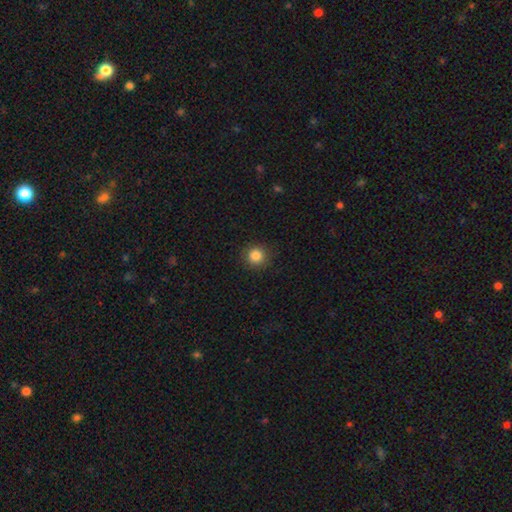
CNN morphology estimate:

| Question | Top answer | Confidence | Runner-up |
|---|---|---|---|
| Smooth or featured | smooth | 85% | star or artifact (11%) |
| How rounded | round | 93% | in between (6%) |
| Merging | none | 90% | minor disturbance (7%) |